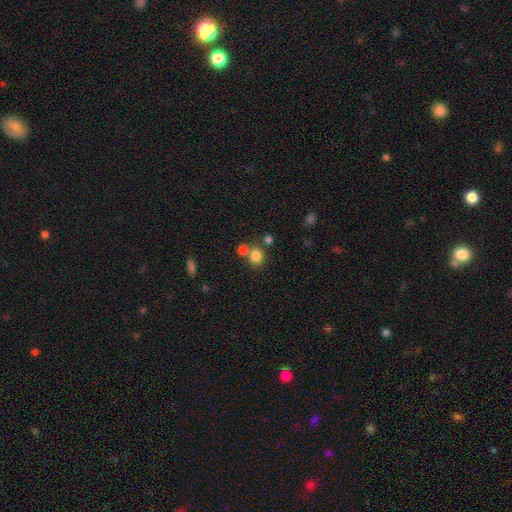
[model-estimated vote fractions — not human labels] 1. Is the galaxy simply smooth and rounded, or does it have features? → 81% smooth, 13% star or artifact, 6% featured or disk.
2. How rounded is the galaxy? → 76% round, 23% in between, 1% cigar-shaped.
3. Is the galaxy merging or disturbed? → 61% none, 26% merger, 9% minor disturbance, 4% major disturbance.